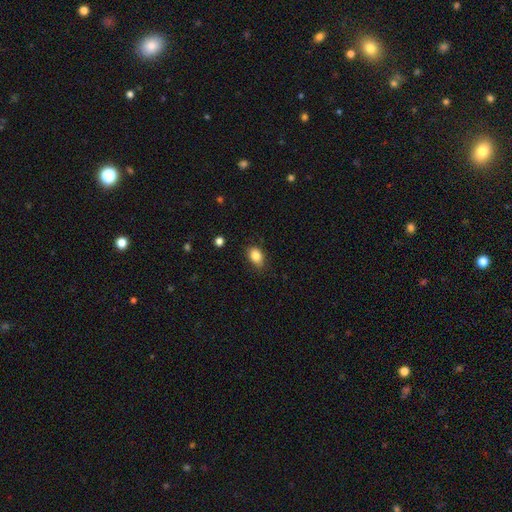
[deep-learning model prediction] A smooth galaxy with no disk features (85%) that is in between round and cigar-shaped (78%).

Vote fractions:
- Smooth or featured? smooth: 85% / star or artifact: 9% / featured or disk: 6%
- How rounded? in between: 78% / round: 20% / cigar-shaped: 1%
- Merging? none: 78% / minor disturbance: 18% / major disturbance: 3% / merger: 1%